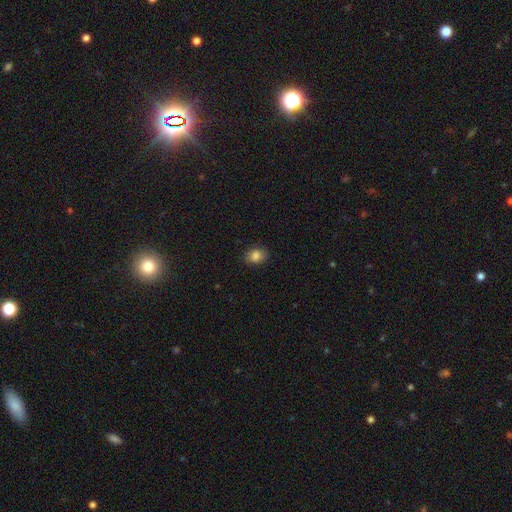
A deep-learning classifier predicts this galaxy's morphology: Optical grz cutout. It shows a smooth galaxy with no disk features (83%) that is in between round and cigar-shaped (60%). Merging: none (81%).